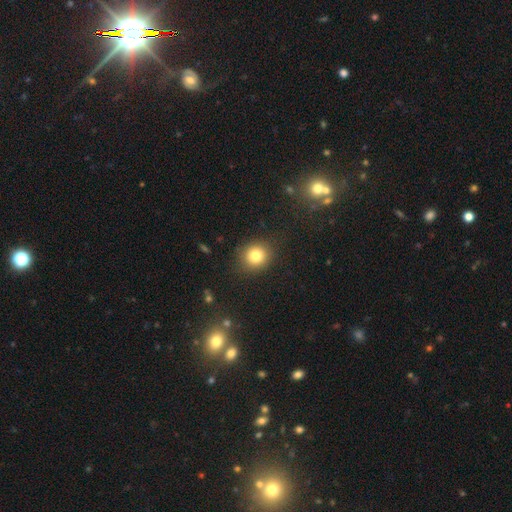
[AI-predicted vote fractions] smooth-or-featured: smooth: 79% | star or artifact: 13% | featured or disk: 8%
  how-rounded: round: 84% | in between: 15% | cigar-shaped: 1%
  merging: none: 87% | minor disturbance: 8% | major disturbance: 3% | merger: 1%